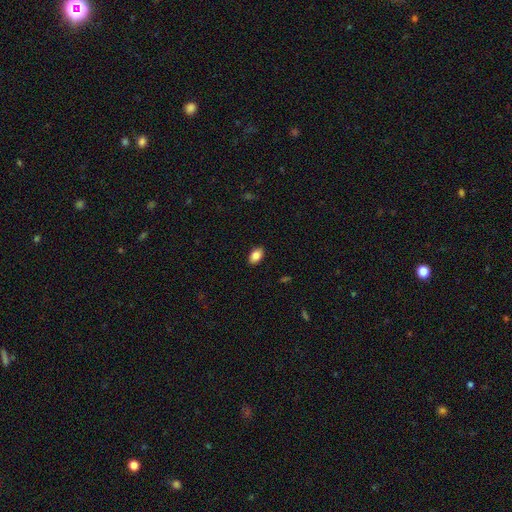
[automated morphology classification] Smooth or featured: smooth — 86% (star or artifact — 8%)
How rounded: in between — 90% (round — 8%)
Merging: none — 88% (minor disturbance — 9%)